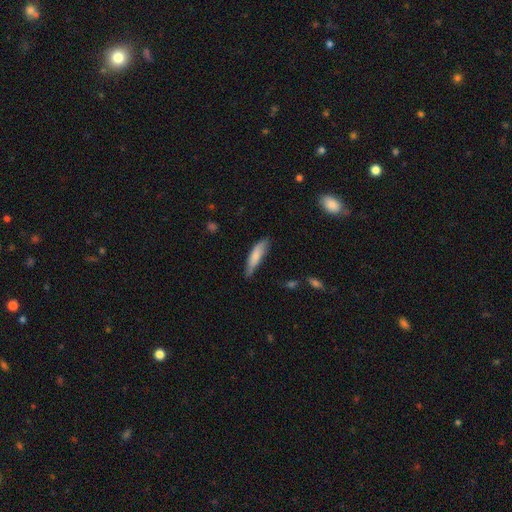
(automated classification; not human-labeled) This appears to be a smooth galaxy with no disk features (77%) that is cigar-shaped (72%). Merging: none (70%).